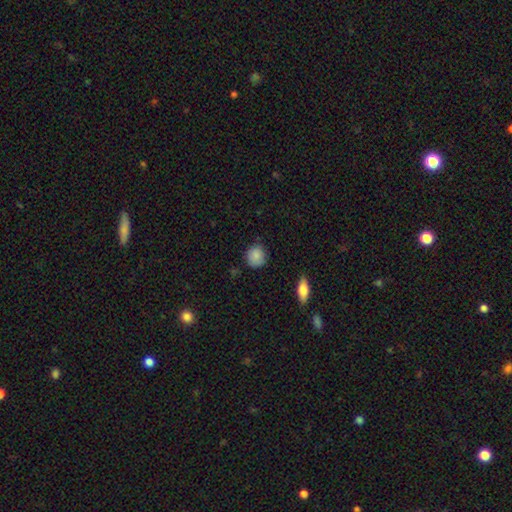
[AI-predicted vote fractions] A smooth galaxy with no disk features (87%) that is round (83%). Merging: none (79%).